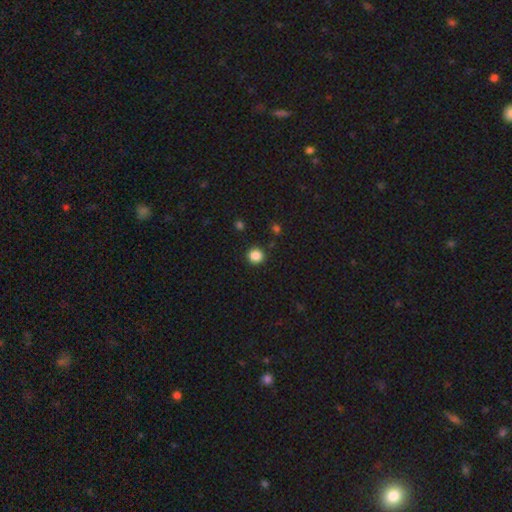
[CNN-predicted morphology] smooth-or-featured: smooth: 85% | star or artifact: 11% | featured or disk: 3%
  how-rounded: round: 94% | in between: 5% | cigar-shaped: 1%
  merging: none: 91% | minor disturbance: 5% | major disturbance: 2% | merger: 2%